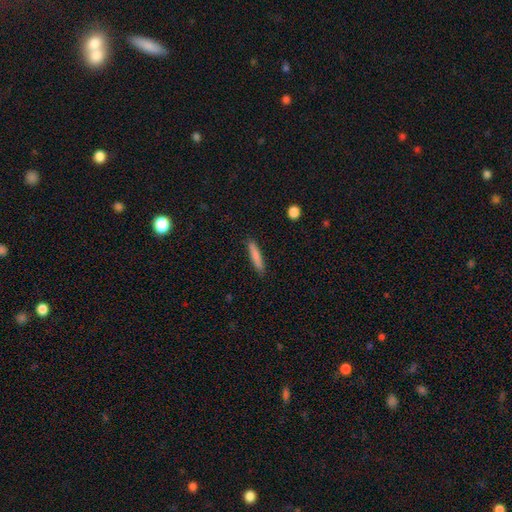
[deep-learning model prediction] A smooth galaxy with no disk features (81%) that is cigar-shaped (90%).

Vote fractions:
- Smooth or featured? smooth: 81% / featured or disk: 13% / star or artifact: 6%
- How rounded? cigar-shaped: 90% / in between: 8% / round: 1%
- Merging? none: 88% / minor disturbance: 8% / major disturbance: 2% / merger: 1%